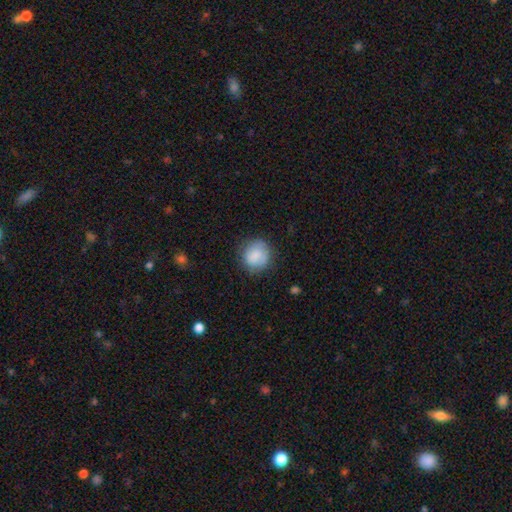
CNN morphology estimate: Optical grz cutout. It shows a smooth galaxy with no disk features (83%) that is round (84%). Merging: none (77%).